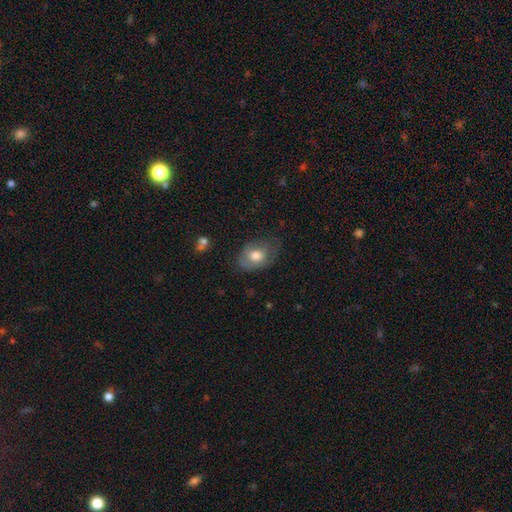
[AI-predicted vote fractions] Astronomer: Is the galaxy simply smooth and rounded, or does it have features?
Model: smooth — 72%.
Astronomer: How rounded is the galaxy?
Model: in between — 72%.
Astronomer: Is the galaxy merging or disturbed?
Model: none — 55%.